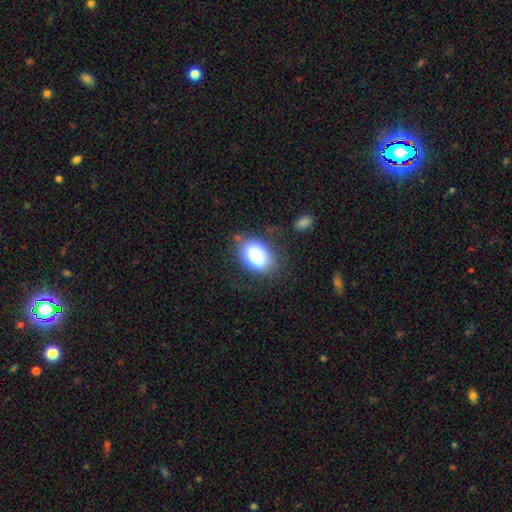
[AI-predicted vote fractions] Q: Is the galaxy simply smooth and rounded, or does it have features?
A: smooth — 80%.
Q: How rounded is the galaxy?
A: in between — 79%.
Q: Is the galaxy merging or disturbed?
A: none — 75%.